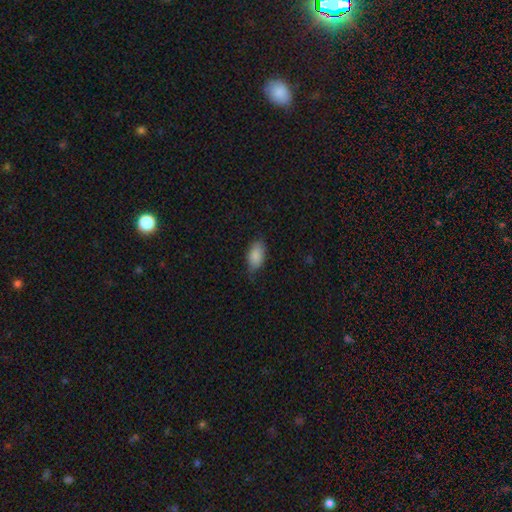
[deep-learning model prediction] Smooth or featured? smooth (87%)
How rounded? in between (93%)
Merging? none (70%)